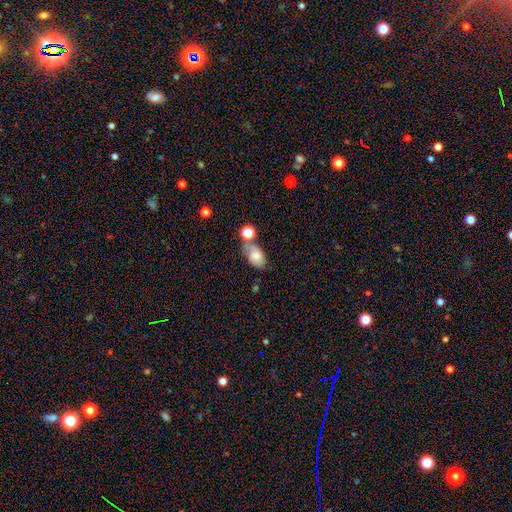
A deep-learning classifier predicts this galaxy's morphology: smooth_or_featured: smooth (p=0.59) [alt: featured or disk p=0.31]
how_rounded: in between (p=0.85) [alt: round p=0.13]
merging: none (p=0.40) [alt: merger p=0.26]